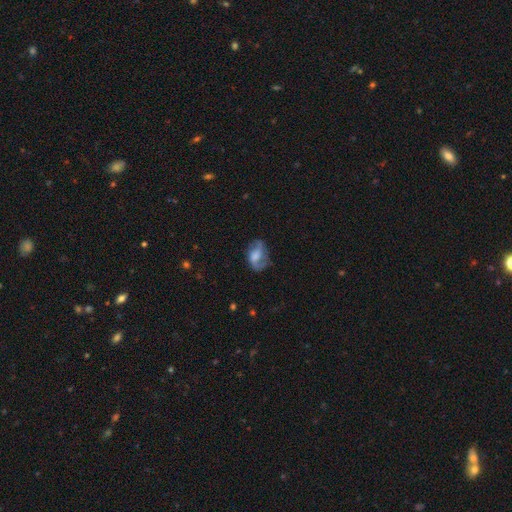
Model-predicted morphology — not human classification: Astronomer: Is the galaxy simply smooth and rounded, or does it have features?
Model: featured or disk — 55% (runner-up: smooth, 37%).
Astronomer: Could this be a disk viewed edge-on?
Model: no — 96%.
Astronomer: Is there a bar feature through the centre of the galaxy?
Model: no — 55% (runner-up: weak, 36%).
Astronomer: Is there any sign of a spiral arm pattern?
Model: yes — 76%.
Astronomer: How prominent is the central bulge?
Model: moderate — 32% (runner-up: large, 24%).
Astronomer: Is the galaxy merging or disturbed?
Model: none — 52%.